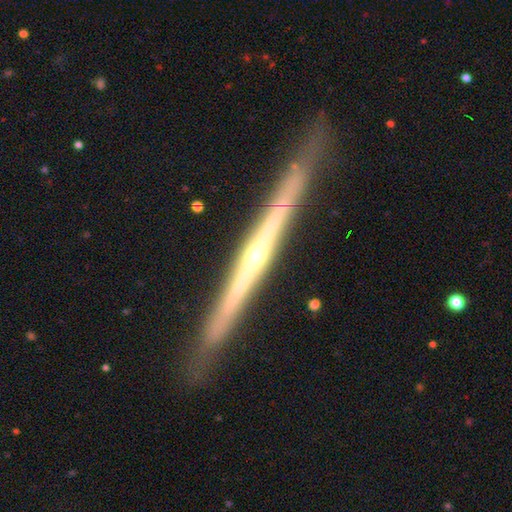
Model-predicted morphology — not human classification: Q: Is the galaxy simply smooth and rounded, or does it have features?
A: featured or disk — 84%.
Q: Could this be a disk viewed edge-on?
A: yes — 97%.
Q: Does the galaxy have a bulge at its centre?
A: rounded — 69%.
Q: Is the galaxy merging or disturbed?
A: none — 87%.